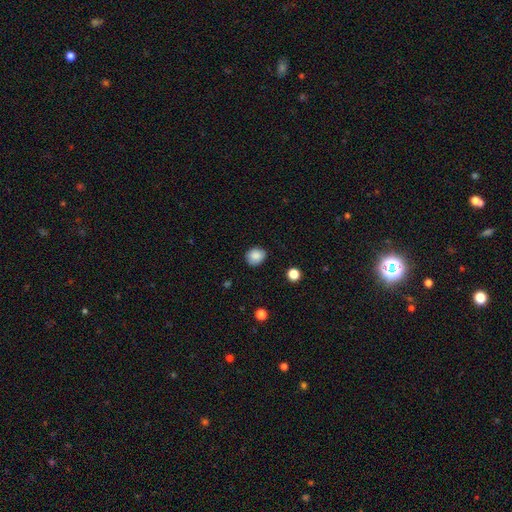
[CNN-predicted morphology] smooth_or_featured: smooth (p=0.86) [alt: star or artifact p=0.09]
how_rounded: round (p=0.67) [alt: in between p=0.32]
merging: none (p=0.81) [alt: minor disturbance p=0.15]